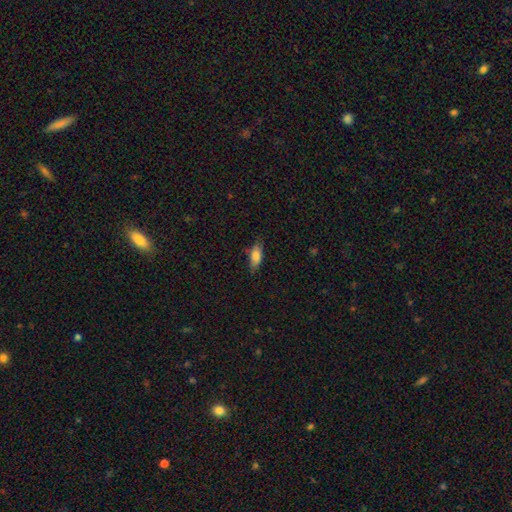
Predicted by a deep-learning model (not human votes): smooth-or-featured: smooth: 80% | featured or disk: 13% | star or artifact: 7%
  how-rounded: in between: 74% | cigar-shaped: 23% | round: 3%
  merging: none: 76% | minor disturbance: 19% | major disturbance: 4% | merger: 1%